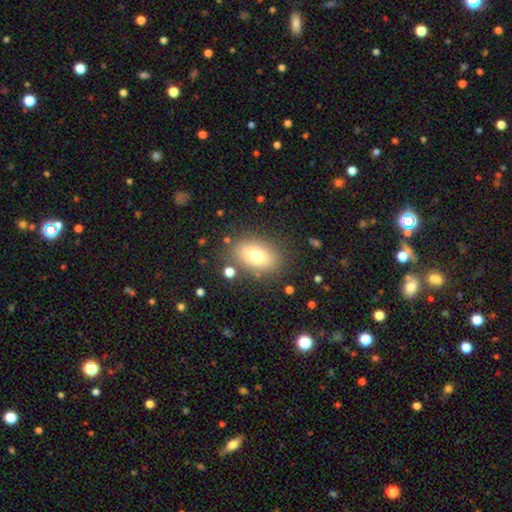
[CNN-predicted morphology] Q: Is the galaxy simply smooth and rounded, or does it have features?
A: smooth — 74%.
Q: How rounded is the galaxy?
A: in between — 80%.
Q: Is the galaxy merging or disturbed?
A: none — 80%.